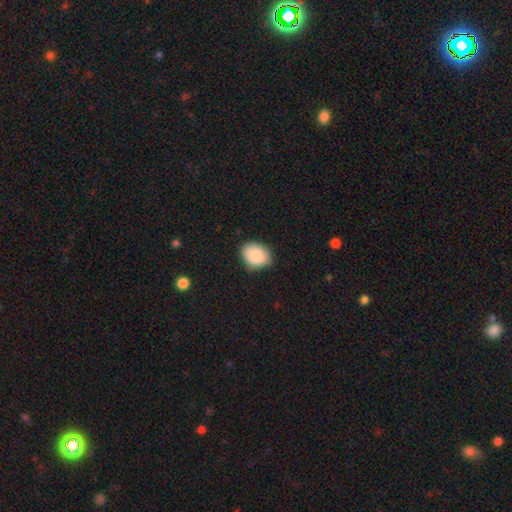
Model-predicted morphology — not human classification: This is clearly a smooth galaxy (87%). How rounded: possibly in between (55%). Merging: likely none (77%).